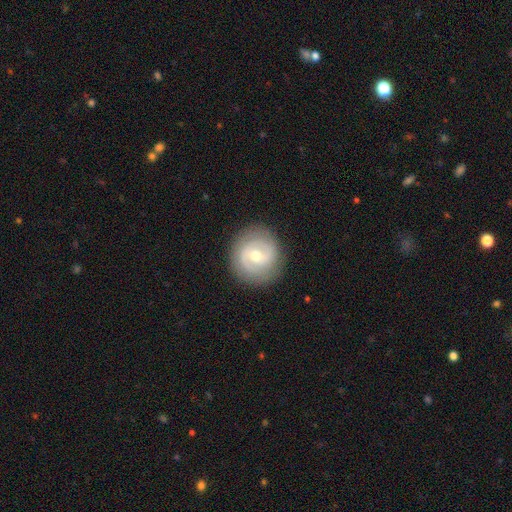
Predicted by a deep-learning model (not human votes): smooth_or_featured: featured or disk (p=0.70) [alt: smooth p=0.24]
disk_edge_on: no (p=0.97) [alt: yes p=0.03]
bar: weak (p=0.49) [alt: no p=0.35]
has_spiral_arms: yes (p=0.79) [alt: no p=0.21]
spiral_winding: tight (p=0.51) [alt: medium p=0.36]
spiral_arm_count: 2 (p=0.75) [alt: can't tell p=0.14]
bulge_size: moderate (p=0.61) [alt: small p=0.35]
merging: none (p=0.86) [alt: minor disturbance p=0.09]